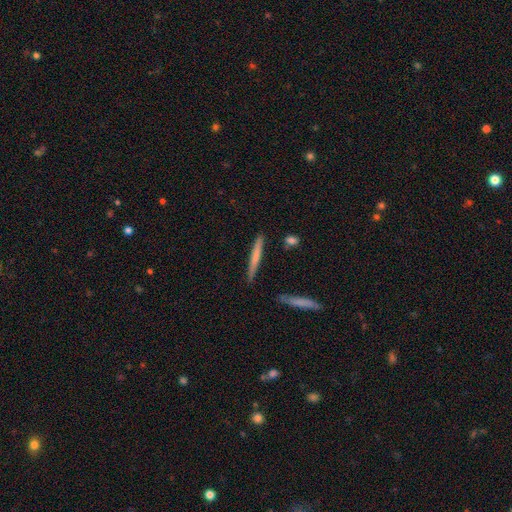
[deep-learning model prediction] Smooth or featured?
  - smooth: 63% *
  - featured or disk: 32%
  - star or artifact: 5%
How rounded?
  - cigar-shaped: 96% *
  - in between: 3%
  - round: 1%
Merging?
  - none: 86% *
  - minor disturbance: 9%
  - merger: 3%
  - major disturbance: 2%